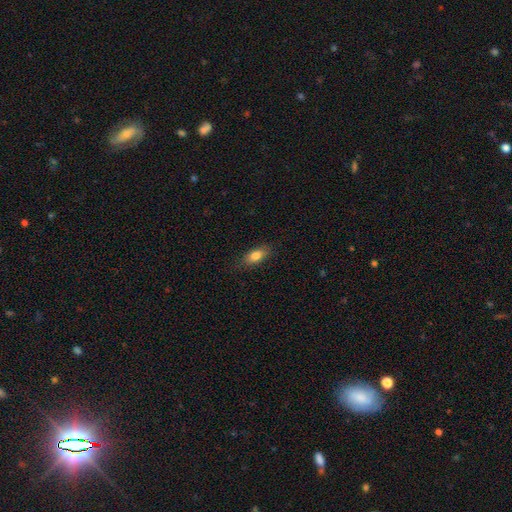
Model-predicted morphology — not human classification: A smooth galaxy with no disk features (81%) that is in between round and cigar-shaped (82%). Merging: none (82%).